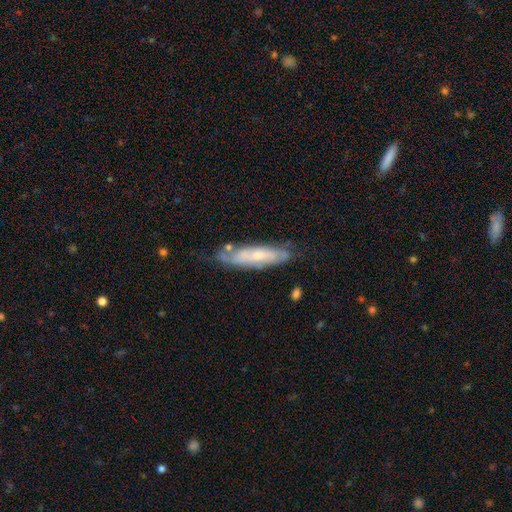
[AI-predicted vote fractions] A featured or disk galaxy (57%).

Vote fractions:
- Smooth or featured? featured or disk: 57% / smooth: 36% / star or artifact: 7%
- Edge-on disk? no: 62% / yes: 38%
- Merging? none: 63% / minor disturbance: 26% / major disturbance: 7% / merger: 4%